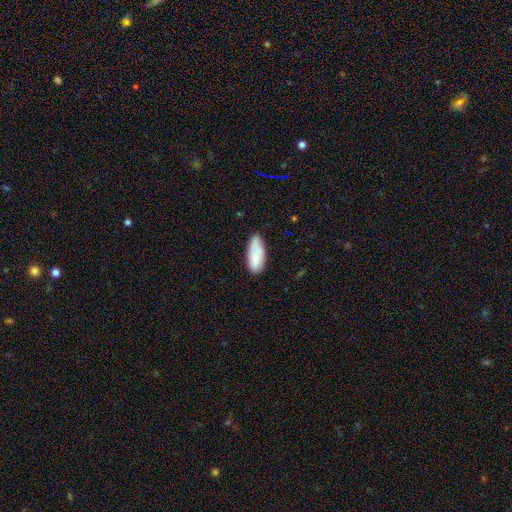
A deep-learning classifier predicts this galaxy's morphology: A smooth galaxy with no disk features (80%) that is in between round and cigar-shaped (83%). Merging: none (64%).